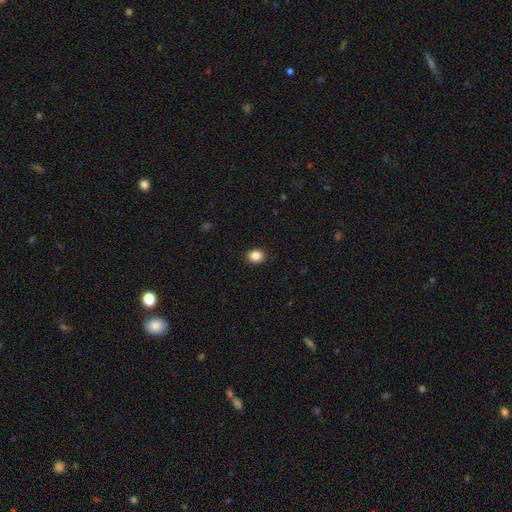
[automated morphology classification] A smooth galaxy with no disk features (86%) that is round (59%).

Vote fractions:
- Smooth or featured? smooth: 86% / star or artifact: 10% / featured or disk: 4%
- How rounded? round: 59% / in between: 40% / cigar-shaped: 1%
- Merging? none: 91% / minor disturbance: 6% / major disturbance: 2% / merger: 1%